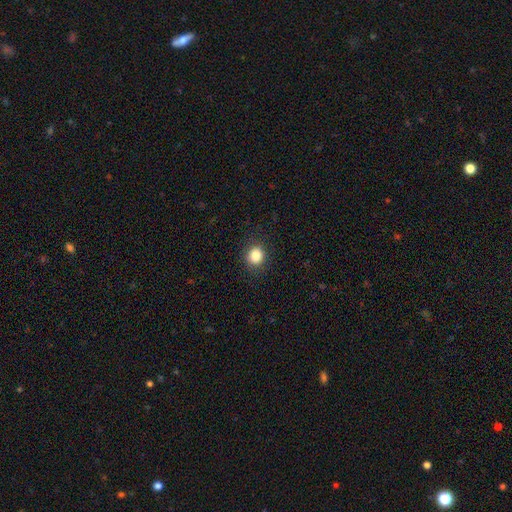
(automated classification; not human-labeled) smooth 85%, star or artifact 10%, featured or disk 5%. Down the decision tree: how rounded — round (80%); merging — none (87%).